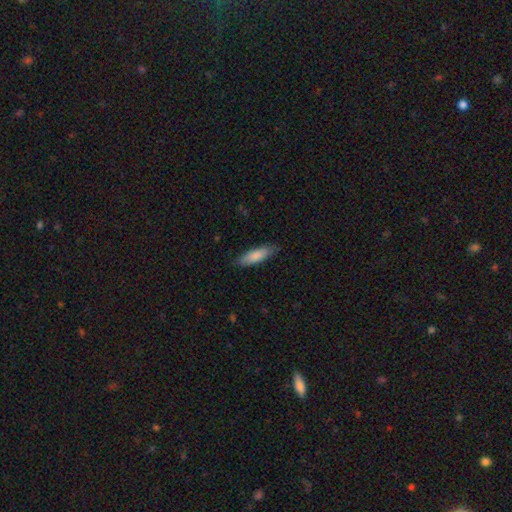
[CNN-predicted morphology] smooth_or_featured: smooth (p=0.84) [alt: featured or disk p=0.11]
how_rounded: cigar-shaped (p=0.54) [alt: in between p=0.44]
merging: none (p=0.83) [alt: minor disturbance p=0.13]